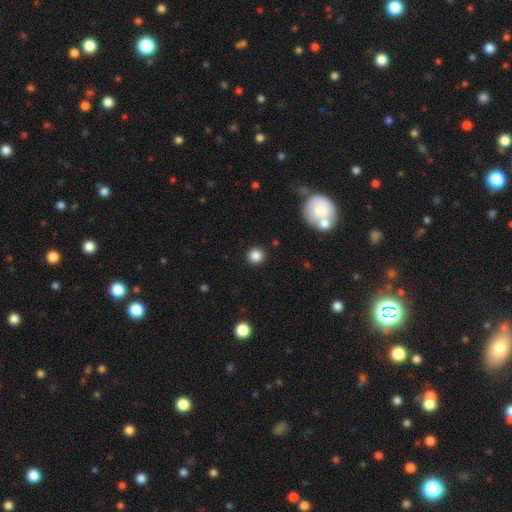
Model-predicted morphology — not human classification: The model was most divided on "smooth or featured": smooth: 85%, star or artifact: 11%, featured or disk: 4%. More confident: how rounded — round (92%); merging — none (90%).